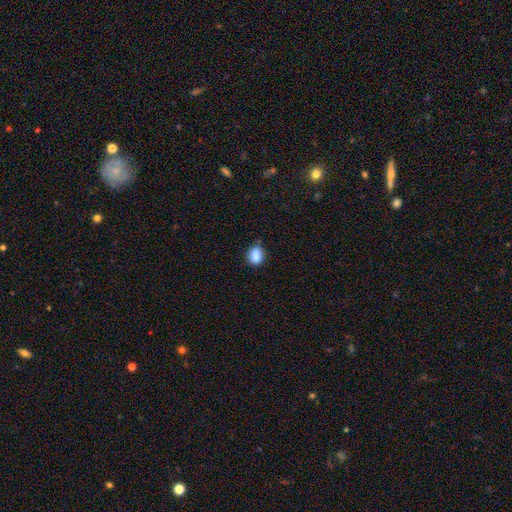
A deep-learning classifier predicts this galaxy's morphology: Smooth or featured?
  - smooth: 88% *
  - star or artifact: 9%
  - featured or disk: 4%
How rounded?
  - in between: 62% *
  - round: 36%
  - cigar-shaped: 1%
Merging?
  - none: 74% *
  - minor disturbance: 21%
  - major disturbance: 4%
  - merger: 2%